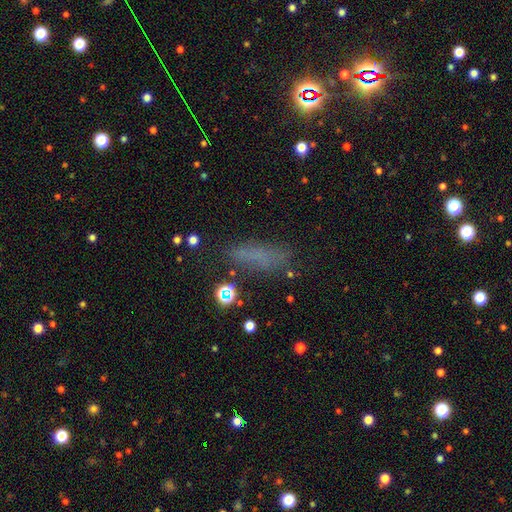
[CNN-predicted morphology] smooth_or_featured: smooth (p=0.61) [alt: star or artifact p=0.23]
how_rounded: cigar-shaped (p=0.56) [alt: in between p=0.39]
merging: none (p=0.63) [alt: minor disturbance p=0.20]